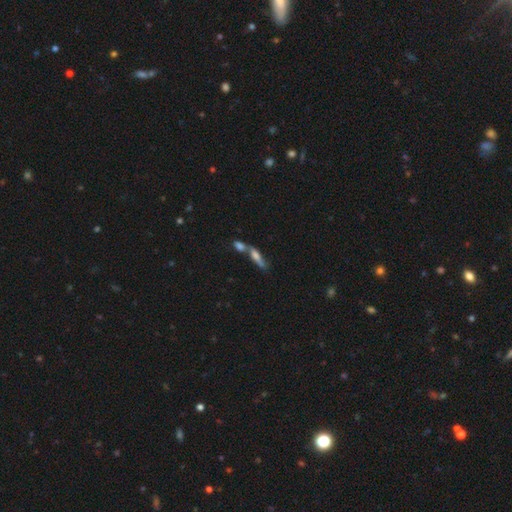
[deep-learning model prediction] This appears to be a smooth galaxy with no disk features (49%). Merging: merger (61%).